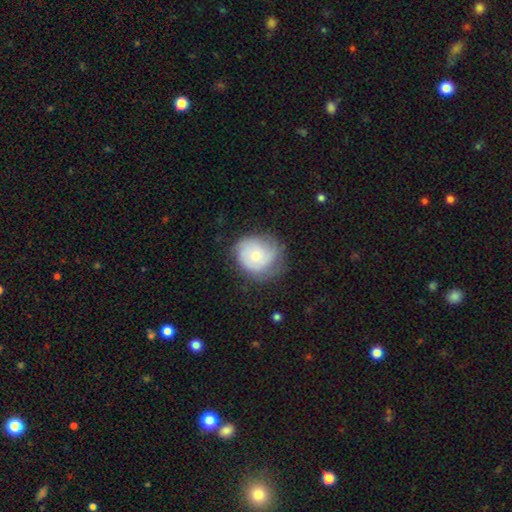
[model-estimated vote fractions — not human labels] Smooth or featured? Predicted: smooth (p=0.49). Merging? Predicted: none (p=0.52).